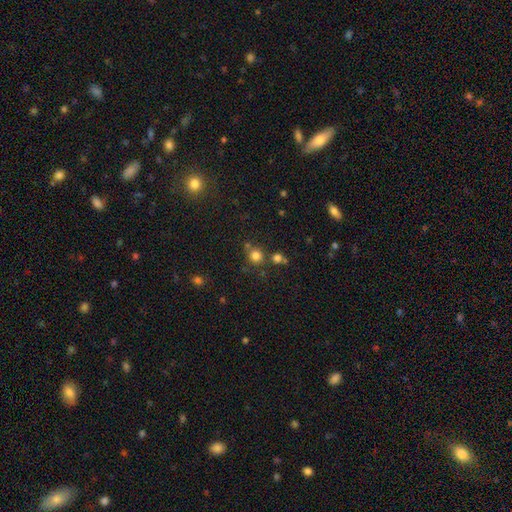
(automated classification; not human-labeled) A smooth galaxy with no disk features (78%) that is round (89%). Merging: none (69%).